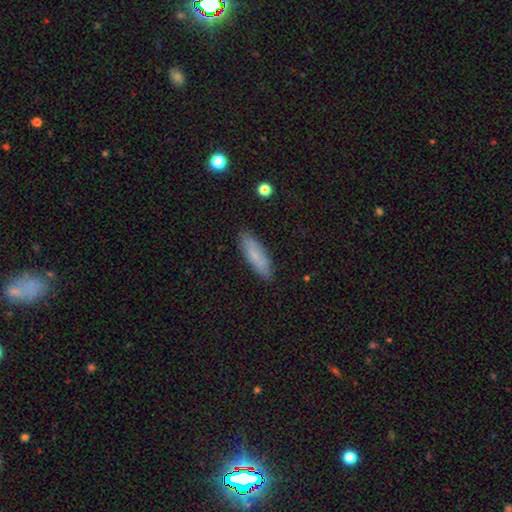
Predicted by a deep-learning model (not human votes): smooth_or_featured: smooth (p=0.75) [alt: featured or disk p=0.18]
how_rounded: cigar-shaped (p=0.55) [alt: in between p=0.44]
merging: none (p=0.86) [alt: minor disturbance p=0.11]